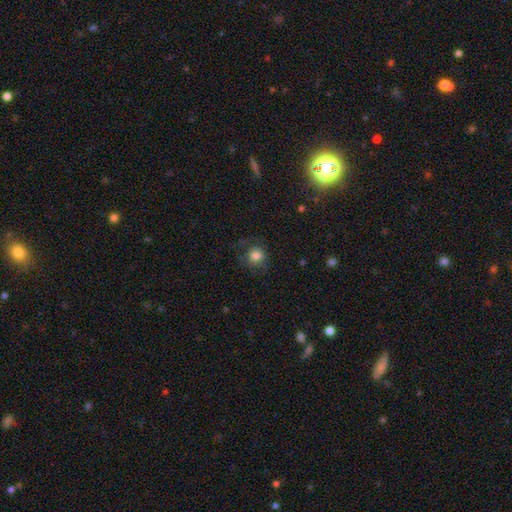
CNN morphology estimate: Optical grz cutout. It shows a smooth galaxy with no disk features (79%) that is round (83%). Merging: none (64%).